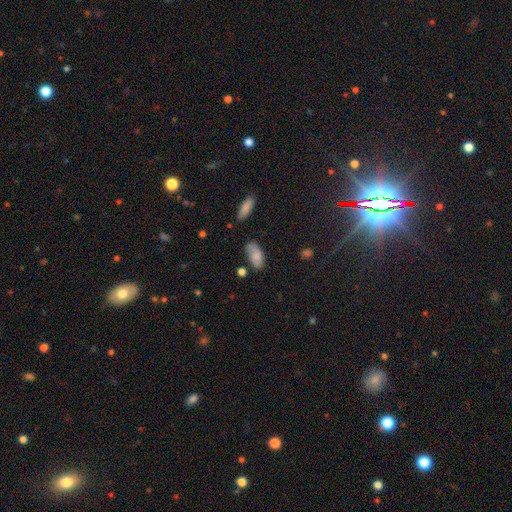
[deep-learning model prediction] Morphology: type=smooth (82%); roundness=in between (93%); merging=none (63%).